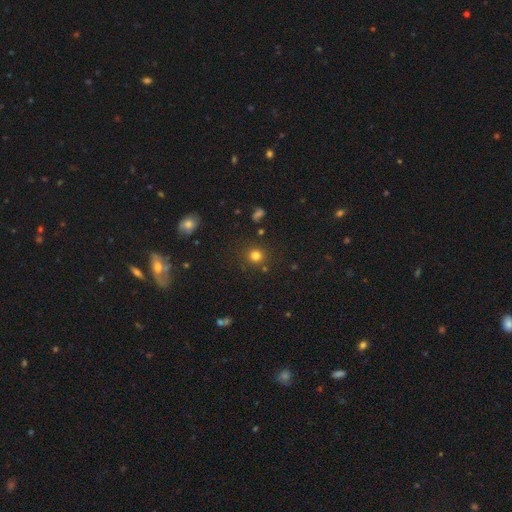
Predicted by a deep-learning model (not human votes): Smooth or featured? smooth (79%)
How rounded? round (91%)
Merging? none (86%)